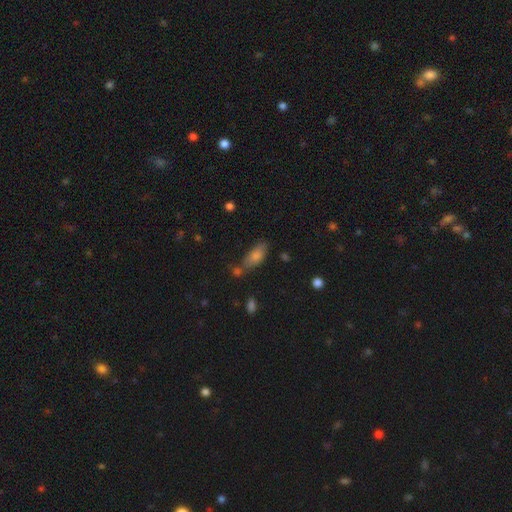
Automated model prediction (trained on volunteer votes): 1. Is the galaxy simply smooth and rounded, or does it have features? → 76% smooth, 14% featured or disk, 10% star or artifact.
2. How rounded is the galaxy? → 79% in between, 17% cigar-shaped, 3% round.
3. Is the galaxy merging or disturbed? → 61% none, 18% minor disturbance, 15% merger, 6% major disturbance.